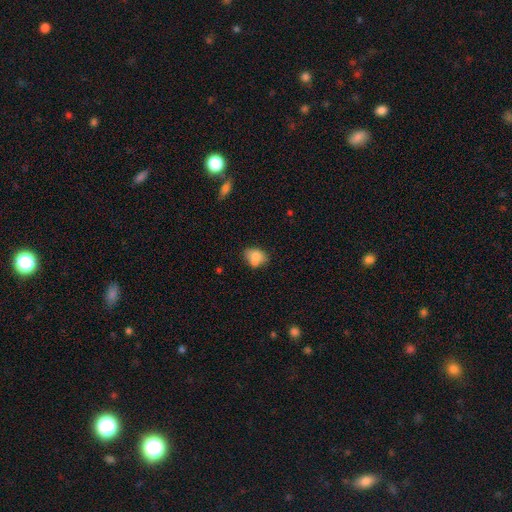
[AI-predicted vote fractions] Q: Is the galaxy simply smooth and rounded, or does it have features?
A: smooth — 74%.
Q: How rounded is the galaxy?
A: in between — 72%.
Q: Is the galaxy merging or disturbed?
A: none — 47%.